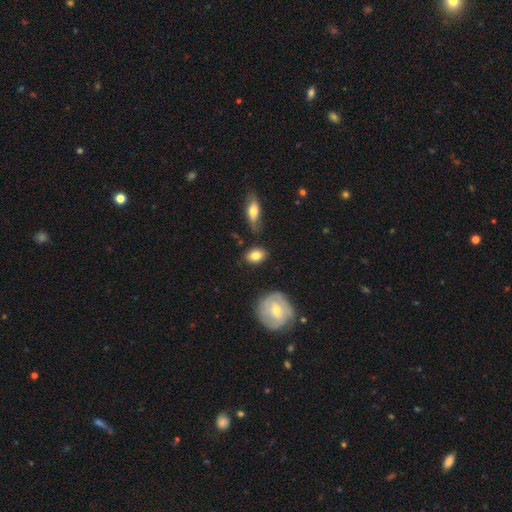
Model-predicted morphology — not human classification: smooth-or-featured: smooth: 79% | featured or disk: 13% | star or artifact: 7%
  how-rounded: in between: 71% | round: 27% | cigar-shaped: 2%
  merging: none: 77% | minor disturbance: 16% | major disturbance: 4% | merger: 3%